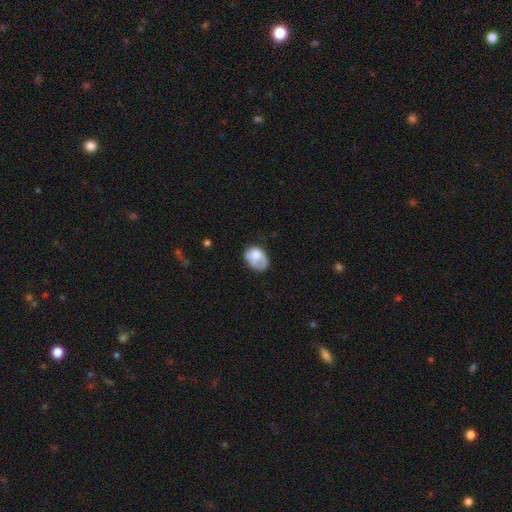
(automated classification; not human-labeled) A smooth galaxy with no disk features (67%) that is in between round and cigar-shaped (70%).

Vote fractions:
- Smooth or featured? smooth: 67% / featured or disk: 25% / star or artifact: 8%
- How rounded? in between: 70% / round: 29% / cigar-shaped: 1%
- Merging? none: 37% / minor disturbance: 34% / major disturbance: 25% / merger: 4%